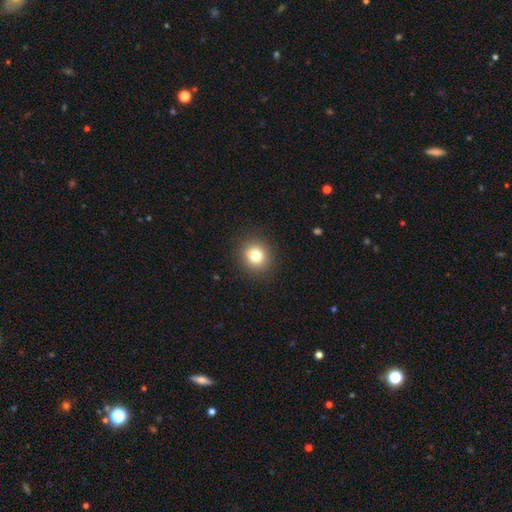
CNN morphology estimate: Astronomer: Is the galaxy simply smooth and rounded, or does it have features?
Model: smooth — 77%.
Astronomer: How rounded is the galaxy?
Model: round — 87%.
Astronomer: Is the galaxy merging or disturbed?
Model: none — 90%.